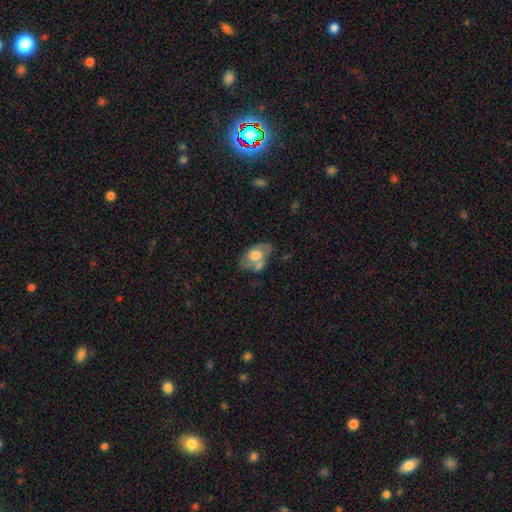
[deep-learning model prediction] smooth_or_featured: smooth (p=0.48) [alt: featured or disk p=0.45]
merging: none (p=0.36) [alt: merger p=0.31]